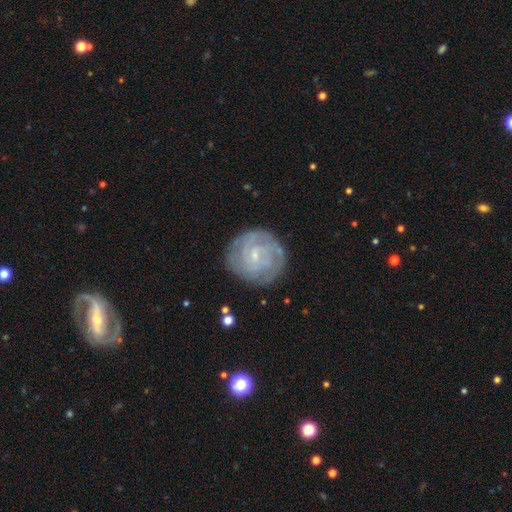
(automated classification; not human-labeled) Q: Smooth or featured?
A: featured or disk (71%); runner-up: smooth (22%)
Q: Edge-on disk?
A: no (98%); runner-up: yes (2%)
Q: Bar?
A: no (52%); runner-up: weak (41%)
Q: Spiral arms?
A: yes (85%); runner-up: no (15%)
Q: Spiral winding?
A: tight (71%); runner-up: medium (23%)
Q: Spiral arm count?
A: can't tell (47%); runner-up: 2 (18%)
Q: Bulge size?
A: small (75%); runner-up: moderate (15%)
Q: Merging?
A: none (80%); runner-up: minor disturbance (14%)